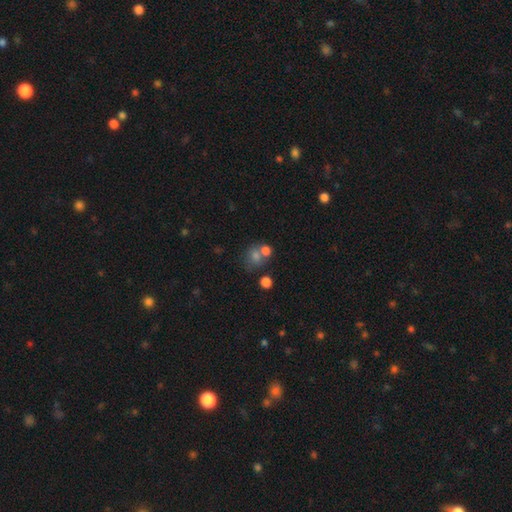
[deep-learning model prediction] This is likely a smooth galaxy (67%). How rounded: likely round (65%). Merging: marginally none (43%).